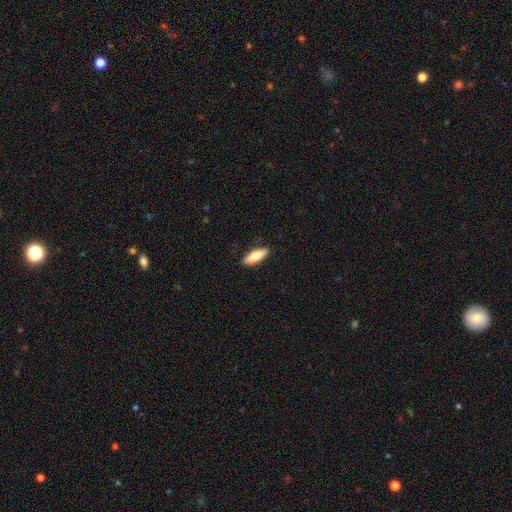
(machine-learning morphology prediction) Q: Smooth or featured?
A: smooth (75%); runner-up: featured or disk (20%)
Q: How rounded?
A: in between (55%); runner-up: cigar-shaped (43%)
Q: Merging?
A: none (89%); runner-up: minor disturbance (8%)